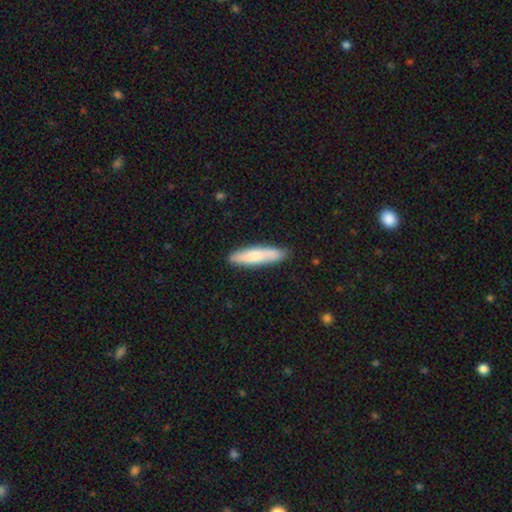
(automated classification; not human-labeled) A smooth galaxy with no disk features (73%) that is cigar-shaped (80%).

Vote fractions:
- Smooth or featured? smooth: 73% / featured or disk: 22% / star or artifact: 5%
- How rounded? cigar-shaped: 80% / in between: 18% / round: 2%
- Merging? none: 88% / minor disturbance: 9% / major disturbance: 2% / merger: 1%